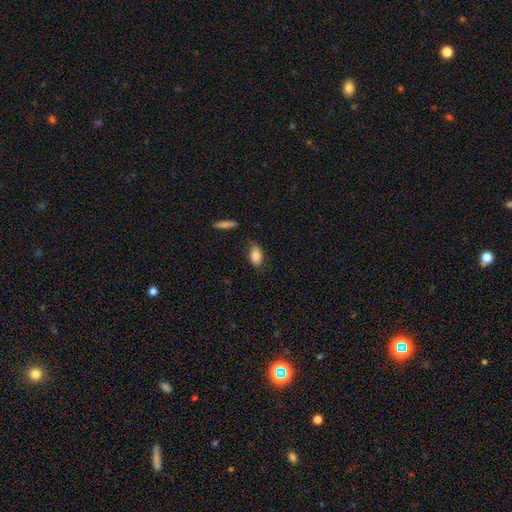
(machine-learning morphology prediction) Smooth or featured? smooth (84%)
How rounded? in between (90%)
Merging? none (68%)